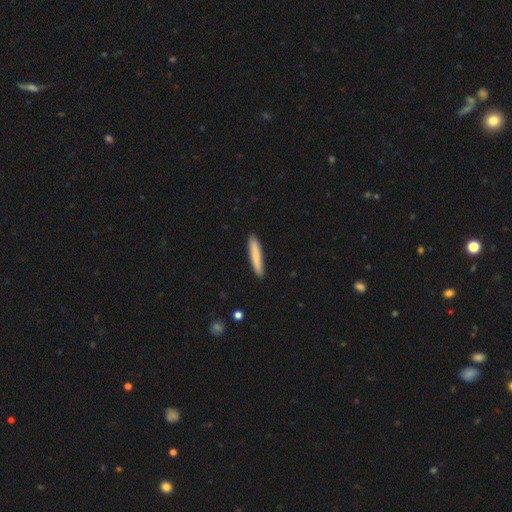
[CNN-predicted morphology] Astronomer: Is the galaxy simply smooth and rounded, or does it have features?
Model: smooth — 79%.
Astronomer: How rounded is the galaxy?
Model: cigar-shaped — 94%.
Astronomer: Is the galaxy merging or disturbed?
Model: none — 91%.